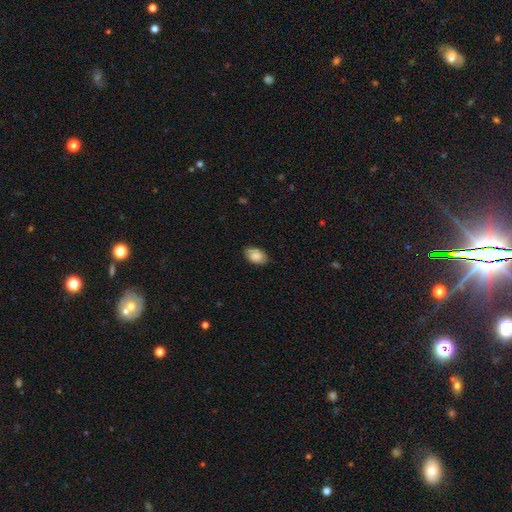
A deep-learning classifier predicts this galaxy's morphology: Smooth or featured? Predicted: smooth (p=0.87). How rounded? Predicted: in between (p=0.89). Merging? Predicted: none (p=0.83).